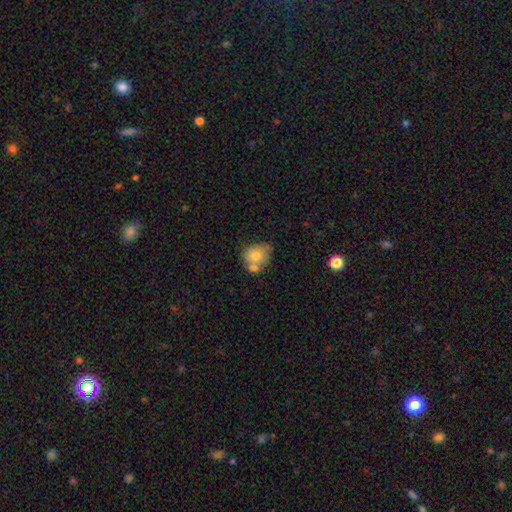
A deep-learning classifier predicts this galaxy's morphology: smooth-or-featured: smooth: 72% | featured or disk: 20% | star or artifact: 8%
  how-rounded: in between: 51% | round: 48% | cigar-shaped: 1%
  merging: merger: 39% | none: 38% | minor disturbance: 17% | major disturbance: 6%